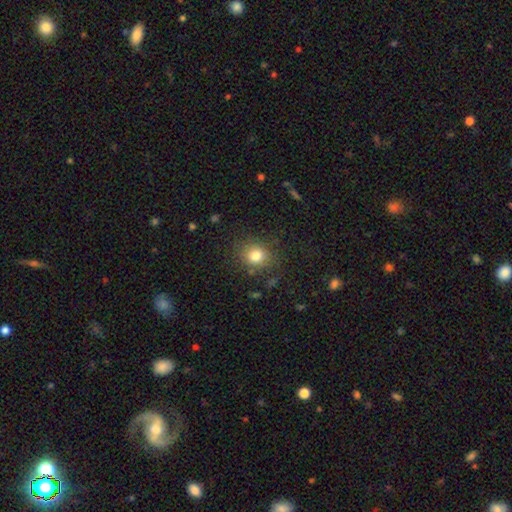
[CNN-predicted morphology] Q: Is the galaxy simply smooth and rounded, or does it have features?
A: smooth — 81%.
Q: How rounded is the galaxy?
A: round — 73%.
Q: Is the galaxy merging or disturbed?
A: none — 82%.